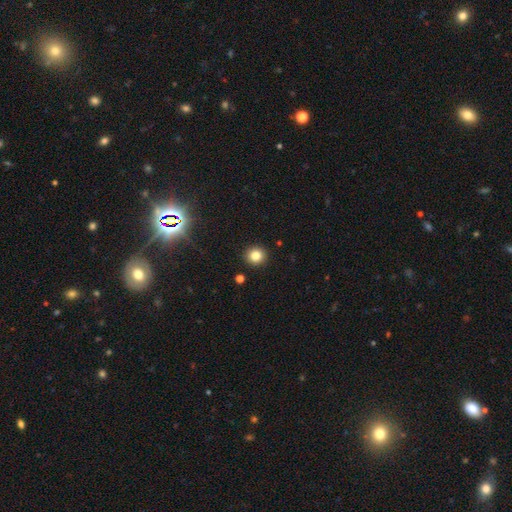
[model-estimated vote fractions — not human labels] Smooth or featured?
  - smooth: 82% *
  - star or artifact: 12%
  - featured or disk: 6%
How rounded?
  - round: 89% *
  - in between: 10%
  - cigar-shaped: 1%
Merging?
  - none: 92% *
  - minor disturbance: 5%
  - major disturbance: 2%
  - merger: 1%